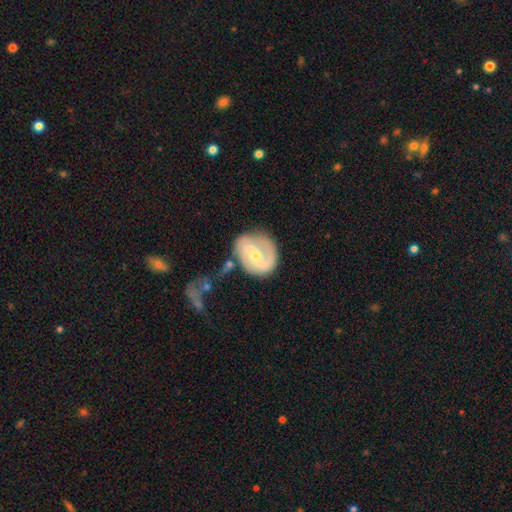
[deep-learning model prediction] Smooth or featured? Predicted: featured or disk (p=0.78). Edge-on disk? Predicted: no (p=0.97). Bar? Predicted: weak (p=0.43). Spiral arms? Predicted: yes (p=0.89). Spiral winding? Predicted: medium (p=0.45). Spiral arm count? Predicted: 2 (p=0.81). Bulge size? Predicted: small (p=0.56). Merging? Predicted: none (p=0.64).